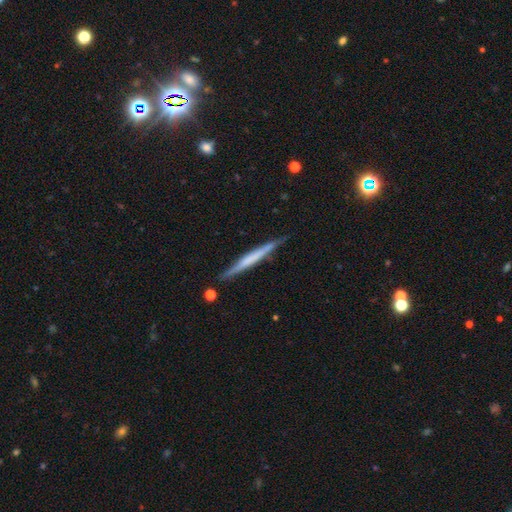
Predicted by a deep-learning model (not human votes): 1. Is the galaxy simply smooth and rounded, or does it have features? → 55% featured or disk, 40% smooth, 6% star or artifact.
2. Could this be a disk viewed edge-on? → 97% yes, 3% no.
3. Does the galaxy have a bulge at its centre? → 74% none, 14% rounded, 13% boxy.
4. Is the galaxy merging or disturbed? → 87% none, 10% minor disturbance, 2% major disturbance, 2% merger.